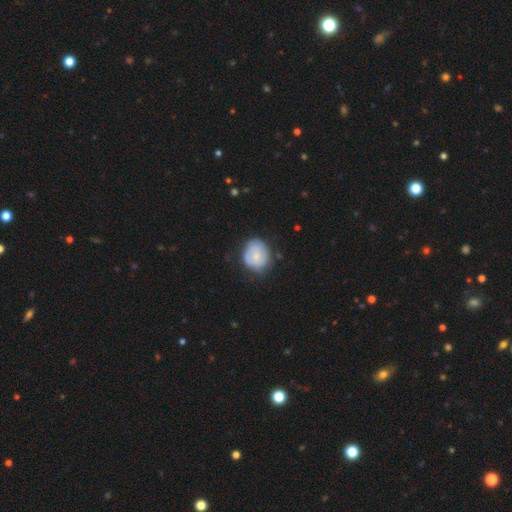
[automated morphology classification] The model was most divided on "smooth or featured": smooth: 64%, featured or disk: 29%, star or artifact: 7%. More confident: how rounded — round (72%); merging — none (62%).